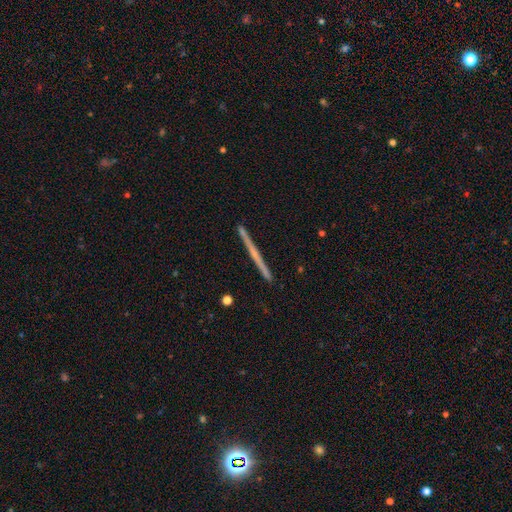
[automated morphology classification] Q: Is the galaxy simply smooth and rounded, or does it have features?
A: featured or disk — 61%.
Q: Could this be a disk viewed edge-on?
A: yes — 98%.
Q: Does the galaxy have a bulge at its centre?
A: none — 82%.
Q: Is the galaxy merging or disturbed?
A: none — 91%.